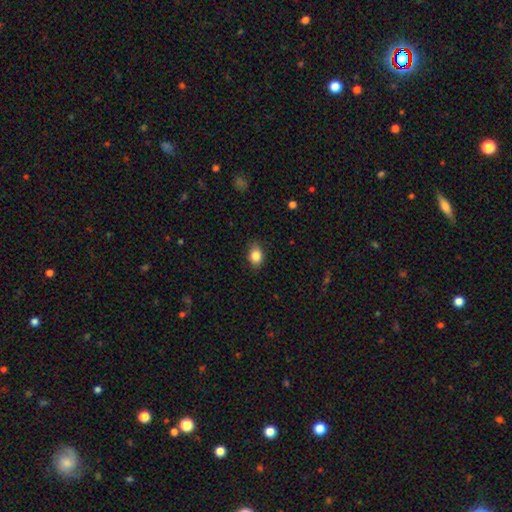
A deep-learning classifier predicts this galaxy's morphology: This appears to be a smooth galaxy with no disk features (85%) that is in between round and cigar-shaped (71%). Merging: none (83%).